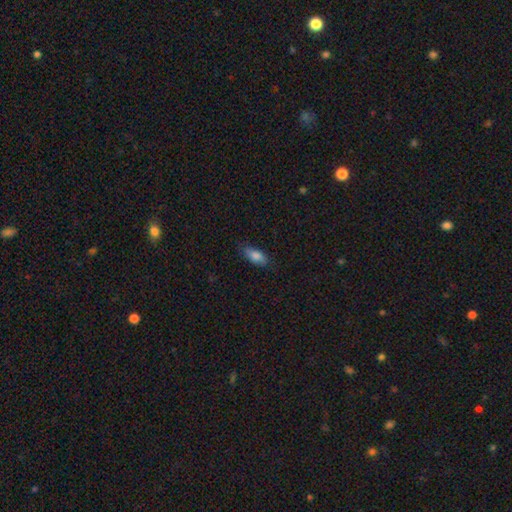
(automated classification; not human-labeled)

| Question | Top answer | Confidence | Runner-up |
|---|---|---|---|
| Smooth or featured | smooth | 82% | featured or disk (11%) |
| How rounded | in between | 82% | cigar-shaped (16%) |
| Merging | none | 80% | minor disturbance (16%) |